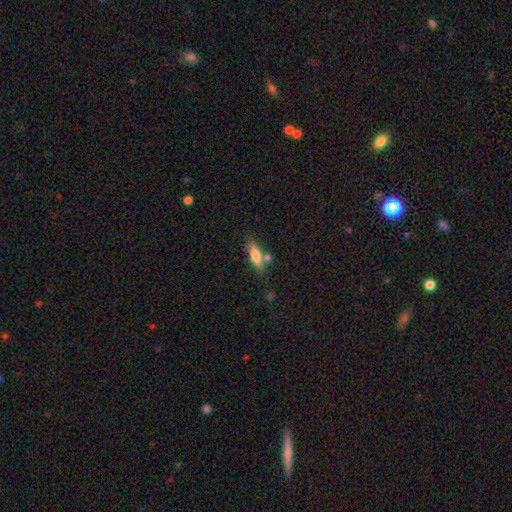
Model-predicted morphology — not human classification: Smooth or featured?
  - smooth: 73% *
  - featured or disk: 20%
  - star or artifact: 7%
How rounded?
  - in between: 51% *
  - cigar-shaped: 46%
  - round: 3%
Merging?
  - none: 65% *
  - merger: 16%
  - minor disturbance: 15%
  - major disturbance: 4%